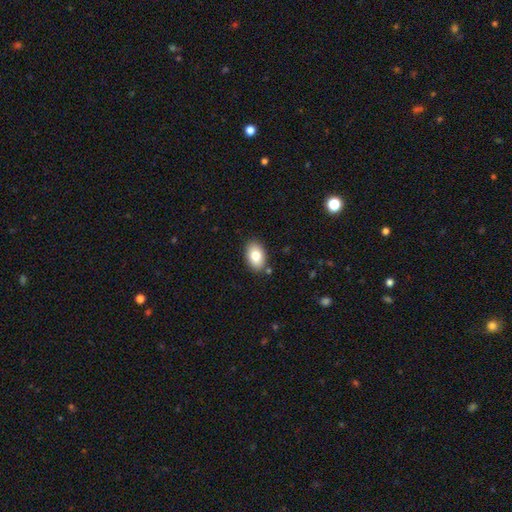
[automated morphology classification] smooth 81%, featured or disk 12%, star or artifact 8%. Down the decision tree: how rounded — in between (89%); merging — none (85%).